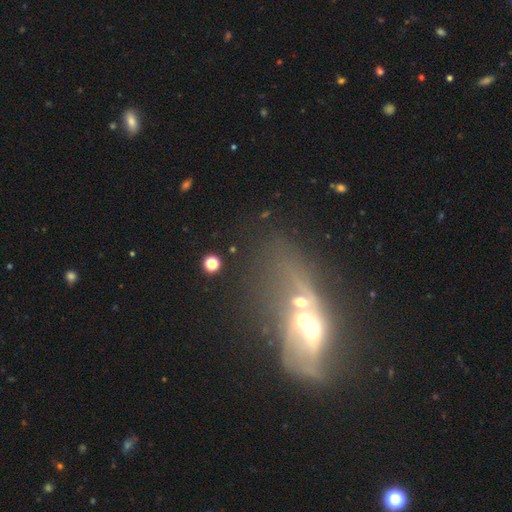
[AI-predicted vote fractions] The model was most divided on "merging": merger: 39%, none: 24%, major disturbance: 23%, minor disturbance: 14%. Remaining: smooth or featured — featured or disk (47%).